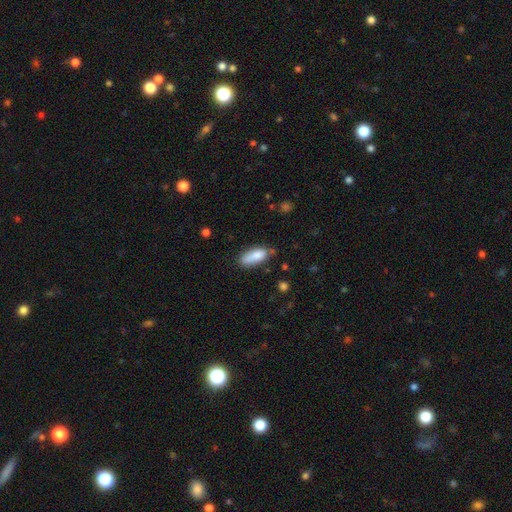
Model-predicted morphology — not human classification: Smooth or featured? Predicted: smooth (p=0.81). How rounded? Predicted: in between (p=0.75). Merging? Predicted: none (p=0.62).